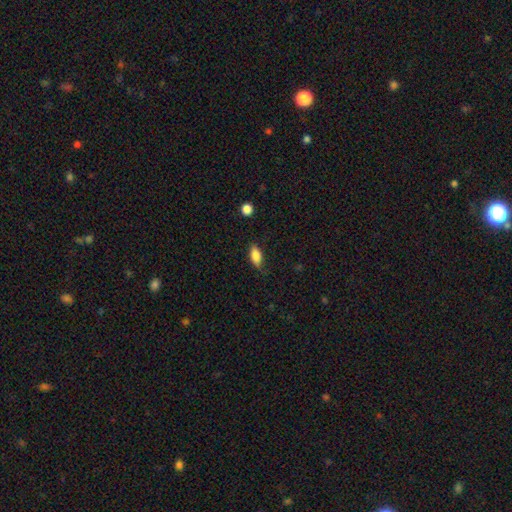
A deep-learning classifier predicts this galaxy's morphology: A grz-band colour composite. It shows a smooth galaxy with no disk features (82%) that is in between round and cigar-shaped (84%). Merging: none (77%).